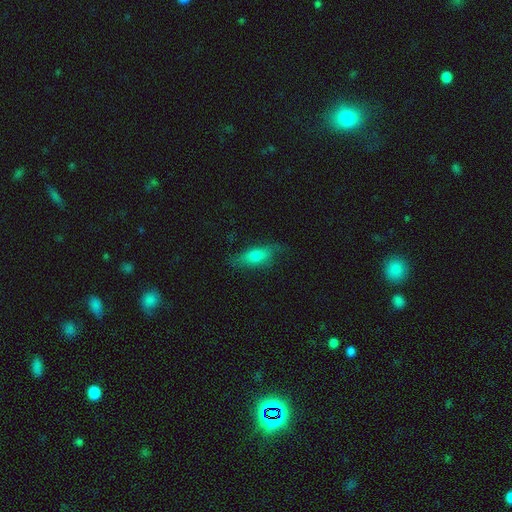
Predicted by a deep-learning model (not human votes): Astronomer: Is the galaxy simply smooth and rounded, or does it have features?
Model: smooth — 66%.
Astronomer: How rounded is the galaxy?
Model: in between — 68%.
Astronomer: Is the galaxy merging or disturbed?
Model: none — 70%.